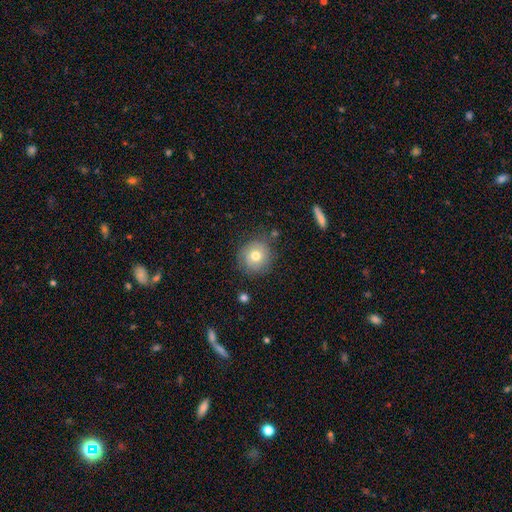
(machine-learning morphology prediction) Overall: smooth (74%). How rounded: round (90%). Merging: none (81%).